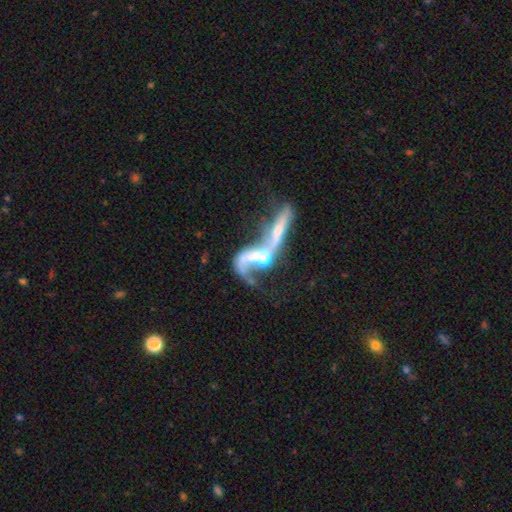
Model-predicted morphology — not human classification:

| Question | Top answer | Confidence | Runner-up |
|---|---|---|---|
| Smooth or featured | featured or disk | 75% | smooth (16%) |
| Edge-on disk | no | 71% | yes (29%) |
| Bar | no | 61% | weak (24%) |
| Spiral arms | yes | 69% | no (31%) |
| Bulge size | moderate | 45% | small (34%) |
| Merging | merger | 67% | none (14%) |